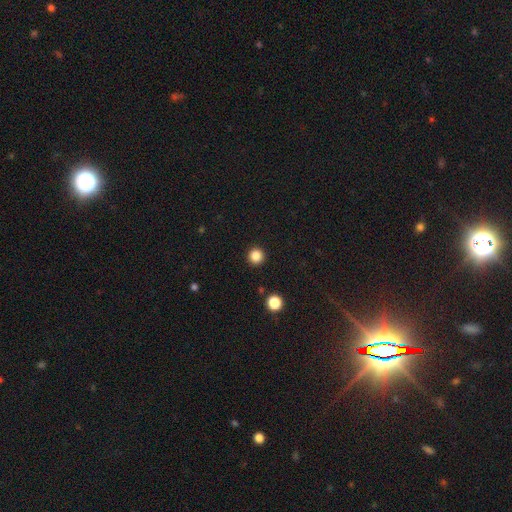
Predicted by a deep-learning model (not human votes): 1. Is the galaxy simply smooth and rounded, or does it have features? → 85% smooth, 12% star or artifact, 3% featured or disk.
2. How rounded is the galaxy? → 96% round, 3% in between, 1% cigar-shaped.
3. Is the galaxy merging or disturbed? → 93% none, 4% minor disturbance, 2% major disturbance, 1% merger.